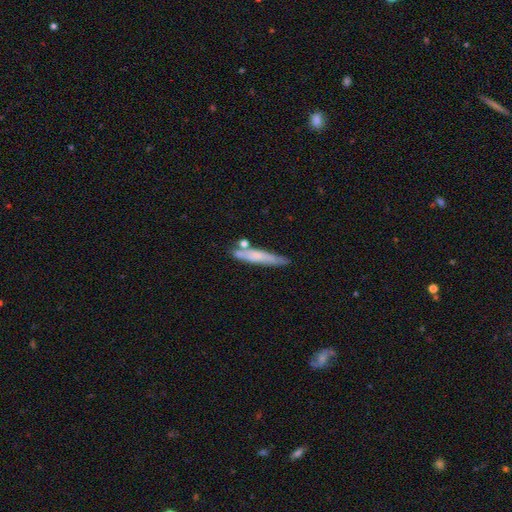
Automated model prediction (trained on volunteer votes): A smooth galaxy with no disk features (61%) that is cigar-shaped (90%).

Vote fractions:
- Smooth or featured? smooth: 61% / featured or disk: 32% / star or artifact: 7%
- How rounded? cigar-shaped: 90% / in between: 8% / round: 2%
- Merging? none: 65% / minor disturbance: 19% / merger: 11% / major disturbance: 5%